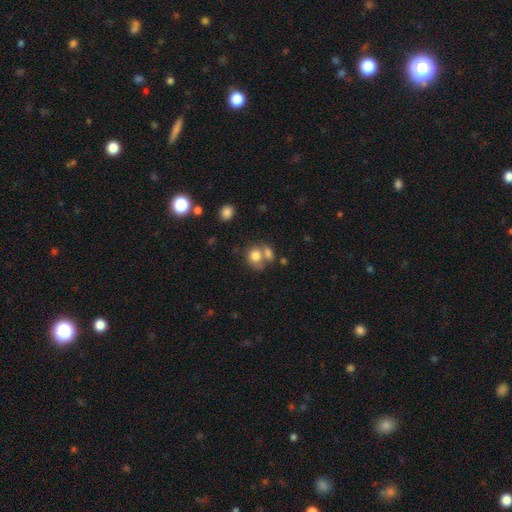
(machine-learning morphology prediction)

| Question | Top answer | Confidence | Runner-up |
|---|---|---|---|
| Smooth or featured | smooth | 77% | featured or disk (13%) |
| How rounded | round | 57% | in between (42%) |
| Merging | merger | 48% | none (33%) |